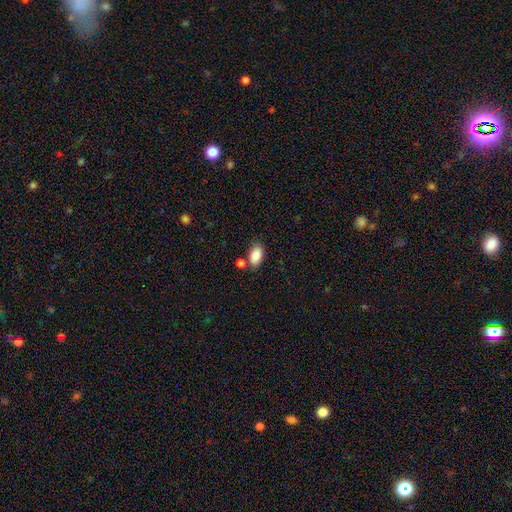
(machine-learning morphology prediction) The model was most divided on "merging": none: 71%, minor disturbance: 14%, merger: 12%, major disturbance: 3%. More confident: how rounded — in between (92%); smooth or featured — smooth (87%).